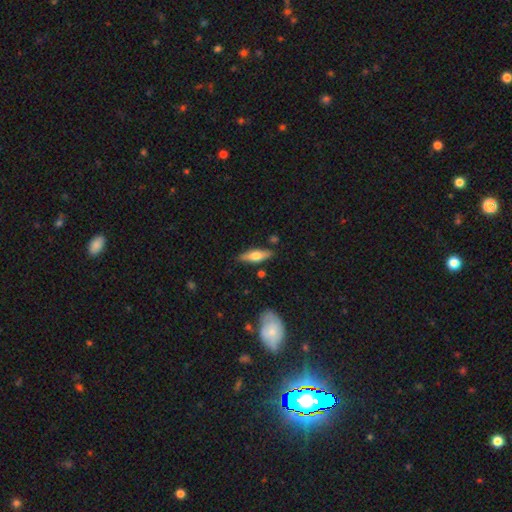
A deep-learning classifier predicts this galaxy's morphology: A smooth galaxy with no disk features (51%) that is cigar-shaped (53%). Merging: none (84%).